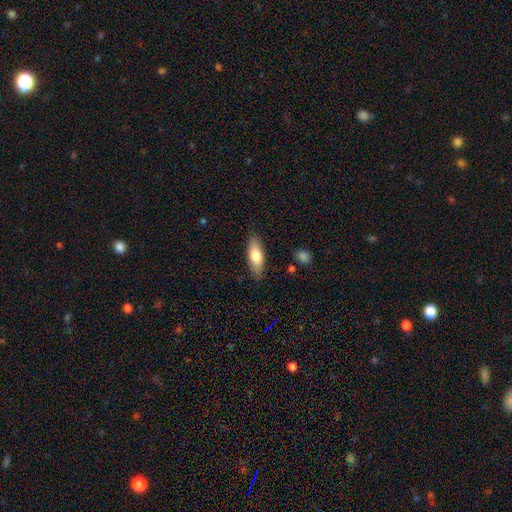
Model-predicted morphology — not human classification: This is likely a smooth galaxy (74%). How rounded: likely in between (71%). Merging: clearly none (85%).